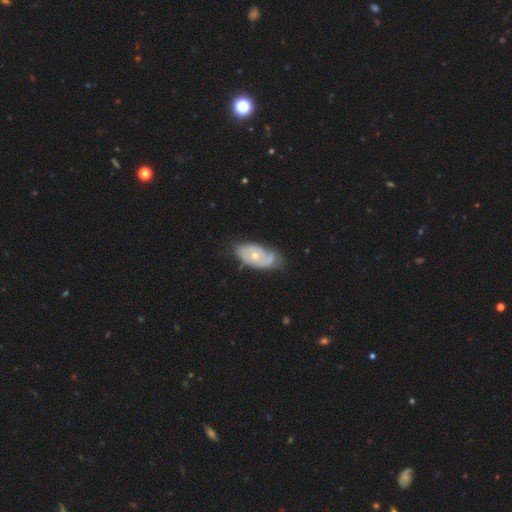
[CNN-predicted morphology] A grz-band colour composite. It shows a featured or disk galaxy (68%) with no bar (83%), spiral arms (70%) and a moderate central bulge (52%). Merging: none (54%).